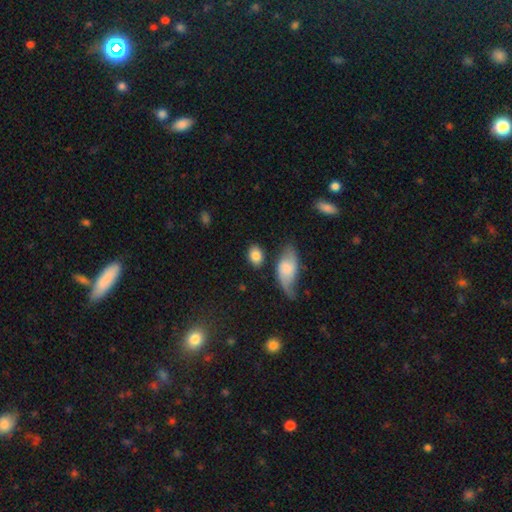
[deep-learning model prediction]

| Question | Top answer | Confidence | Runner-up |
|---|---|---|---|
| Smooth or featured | smooth | 82% | featured or disk (11%) |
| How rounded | in between | 75% | round (23%) |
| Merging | none | 71% | minor disturbance (16%) |